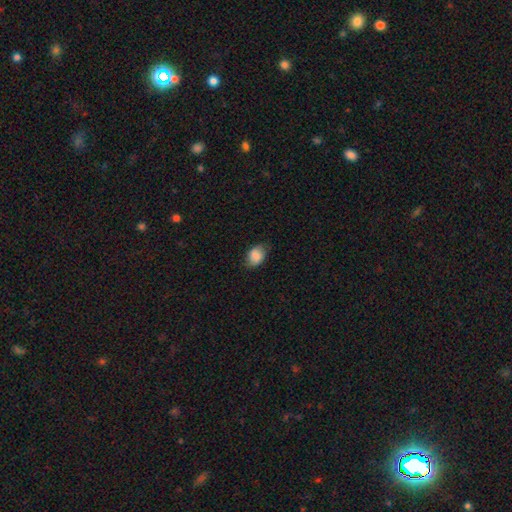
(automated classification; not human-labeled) Overall: smooth (84%). How rounded: in between (74%). Merging: none (73%).